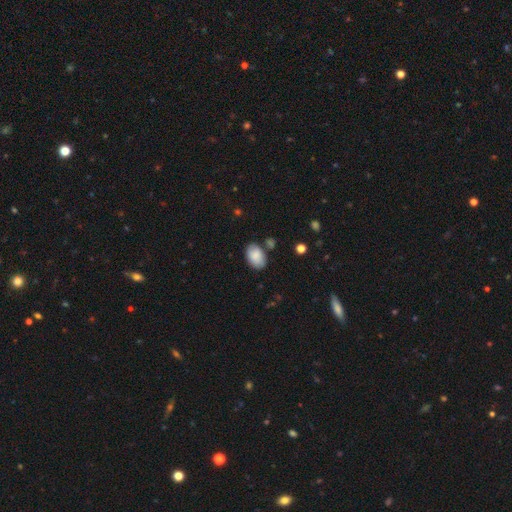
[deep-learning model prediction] This appears to be a smooth galaxy with no disk features (84%) that is in between round and cigar-shaped (88%). Merging: none (70%).